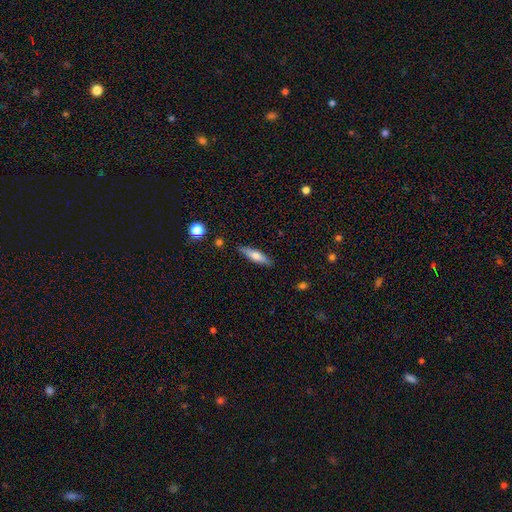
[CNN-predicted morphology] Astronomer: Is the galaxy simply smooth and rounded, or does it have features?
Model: smooth — 58% (runner-up: featured or disk, 35%).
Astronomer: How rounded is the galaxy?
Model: cigar-shaped — 71%.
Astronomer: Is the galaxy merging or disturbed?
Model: none — 86%.